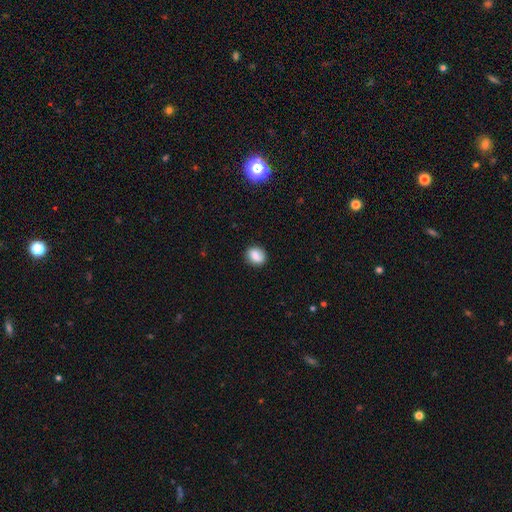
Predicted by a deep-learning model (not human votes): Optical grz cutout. It shows a smooth galaxy with no disk features (80%) that is round (57%). Merging: none (82%).